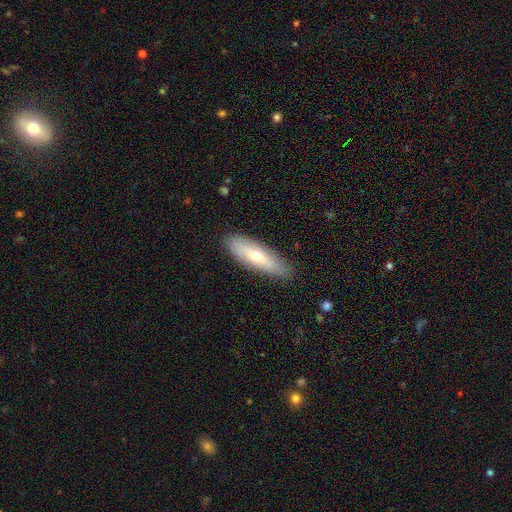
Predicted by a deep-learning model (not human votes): This is possibly a smooth galaxy (60%). How rounded: possibly cigar-shaped (54%). Merging: clearly none (85%).